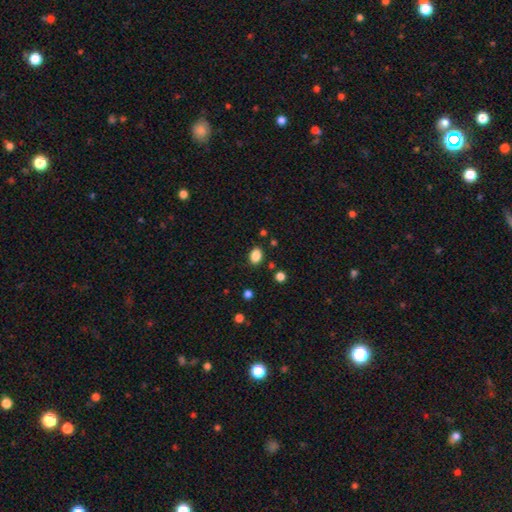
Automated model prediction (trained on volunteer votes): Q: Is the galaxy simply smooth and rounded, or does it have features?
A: smooth — 86%.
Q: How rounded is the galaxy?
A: in between — 71%.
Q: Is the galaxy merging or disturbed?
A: none — 85%.